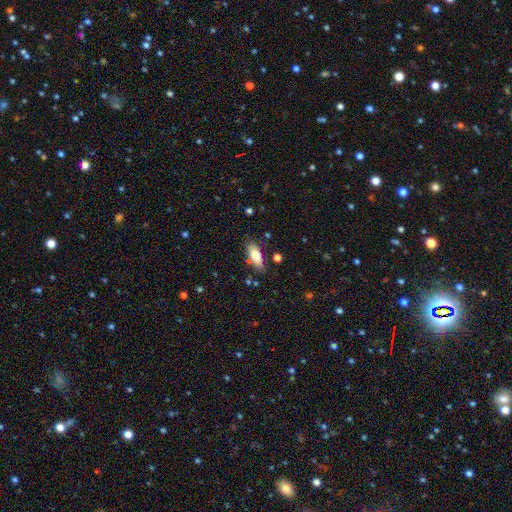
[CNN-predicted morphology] type=smooth (72%); roundness=in between (75%); merging=none (79%).